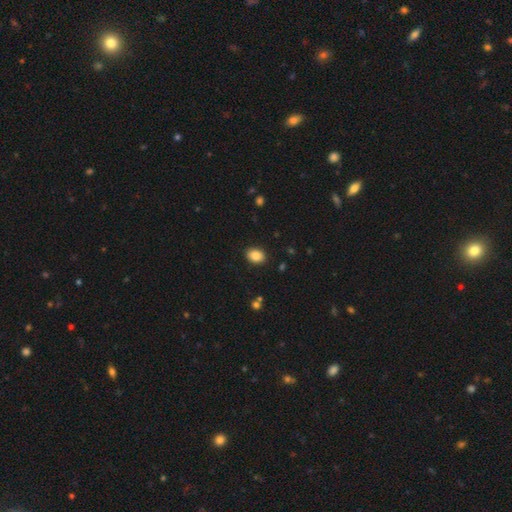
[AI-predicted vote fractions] Smooth or featured: smooth — 88% (star or artifact — 8%)
How rounded: in between — 72% (round — 27%)
Merging: none — 89% (minor disturbance — 8%)